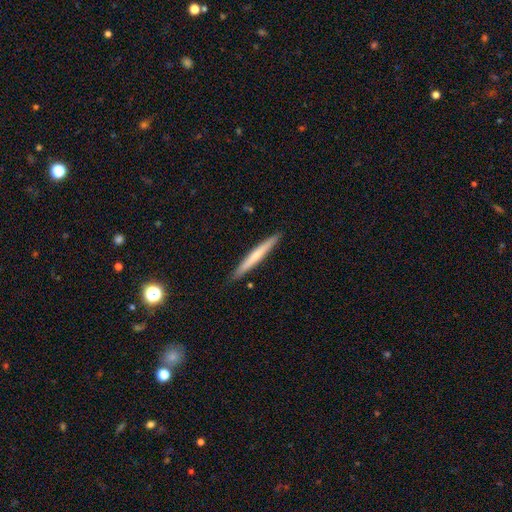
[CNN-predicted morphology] This appears to be a smooth galaxy with no disk features (55%) that is cigar-shaped (97%). Merging: none (90%).